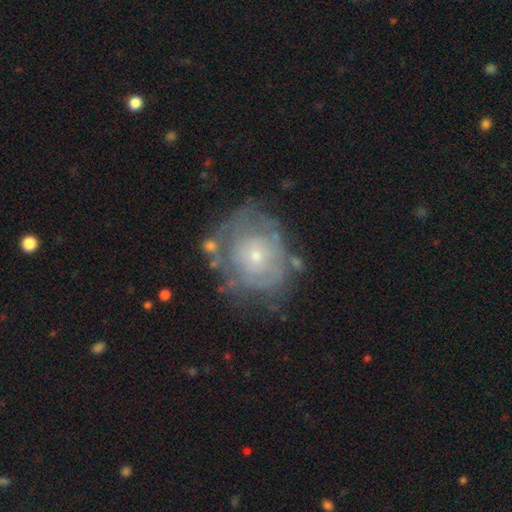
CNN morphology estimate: Smooth or featured: featured or disk — 62% (smooth — 30%)
Edge-on disk: no — 97% (yes — 3%)
Bar: no — 83% (weak — 15%)
Spiral arms: yes — 55% (no — 45%)
Bulge size: small — 64% (moderate — 31%)
Merging: none — 50% (minor disturbance — 26%)